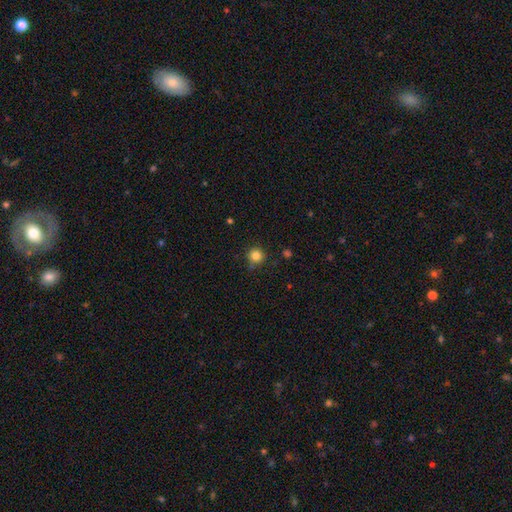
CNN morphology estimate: Smooth or featured?
  - smooth: 83% *
  - star or artifact: 12%
  - featured or disk: 5%
How rounded?
  - round: 94% *
  - in between: 5%
  - cigar-shaped: 1%
Merging?
  - none: 82% *
  - minor disturbance: 12%
  - merger: 3%
  - major disturbance: 3%